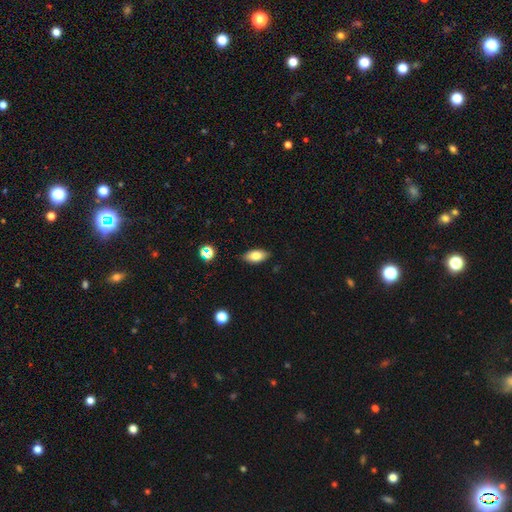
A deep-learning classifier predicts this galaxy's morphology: Smooth or featured? Predicted: smooth (p=0.82). How rounded? Predicted: in between (p=0.90). Merging? Predicted: none (p=0.85).